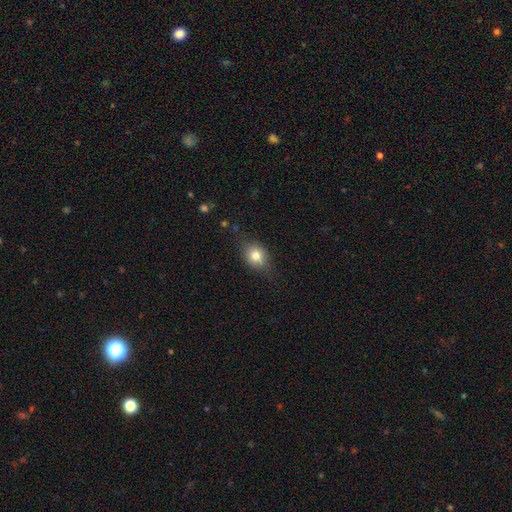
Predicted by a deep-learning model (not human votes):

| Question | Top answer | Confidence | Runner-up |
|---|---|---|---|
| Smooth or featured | smooth | 78% | featured or disk (12%) |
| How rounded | in between | 53% | round (45%) |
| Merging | none | 74% | minor disturbance (20%) |